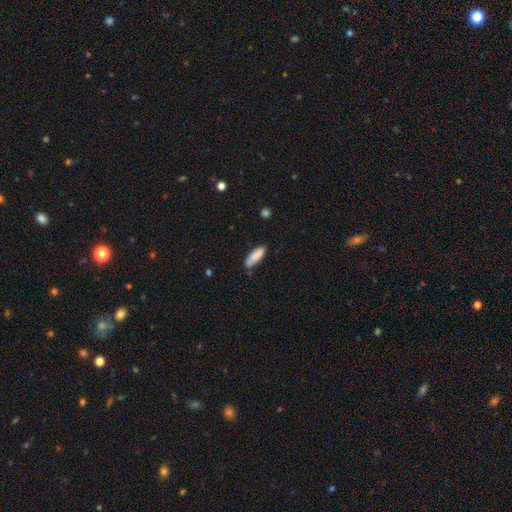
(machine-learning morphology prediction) Smooth or featured?
  - smooth: 86% *
  - featured or disk: 7%
  - star or artifact: 6%
How rounded?
  - in between: 62% *
  - cigar-shaped: 36%
  - round: 2%
Merging?
  - none: 67% *
  - minor disturbance: 25%
  - major disturbance: 4%
  - merger: 4%